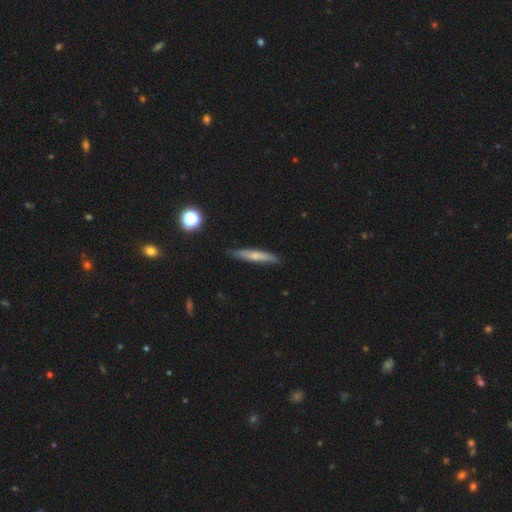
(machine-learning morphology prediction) This appears to be a smooth galaxy with no disk features (57%) that is cigar-shaped (90%). Merging: none (84%).